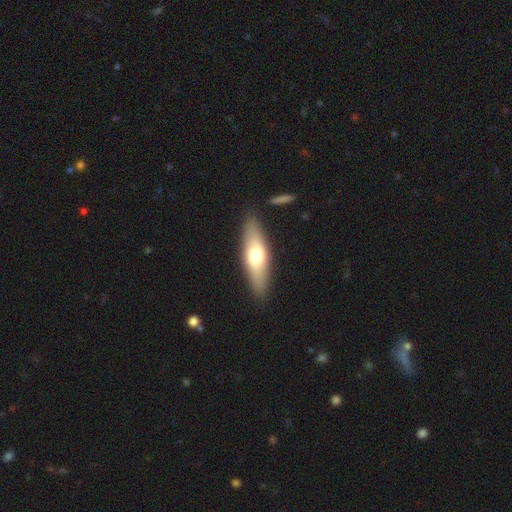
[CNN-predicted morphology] Smooth or featured? smooth (61%)
How rounded? cigar-shaped (53%)
Merging? none (87%)